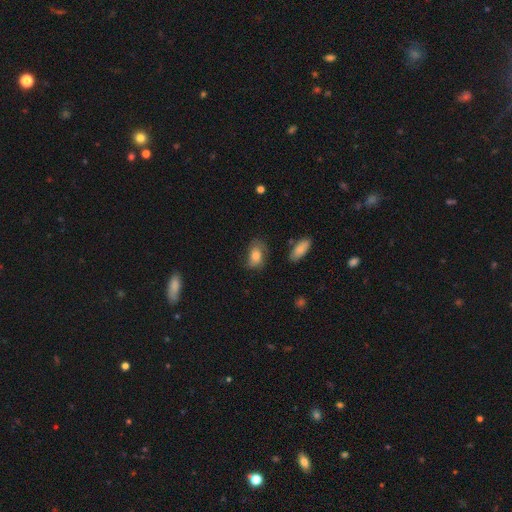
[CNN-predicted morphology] Q: Smooth or featured?
A: smooth (67%); runner-up: featured or disk (24%)
Q: How rounded?
A: in between (82%); runner-up: round (16%)
Q: Merging?
A: none (55%); runner-up: minor disturbance (29%)